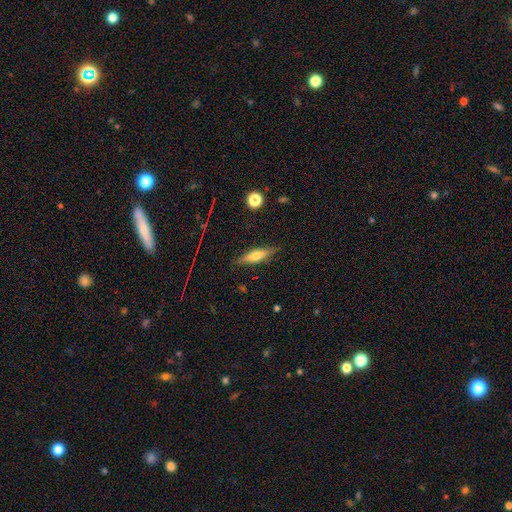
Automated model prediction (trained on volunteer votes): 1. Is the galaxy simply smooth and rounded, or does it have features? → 46% featured or disk (tied), 46% smooth (tied), 9% star or artifact.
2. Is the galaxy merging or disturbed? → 86% none, 11% minor disturbance, 2% major disturbance, 1% merger.